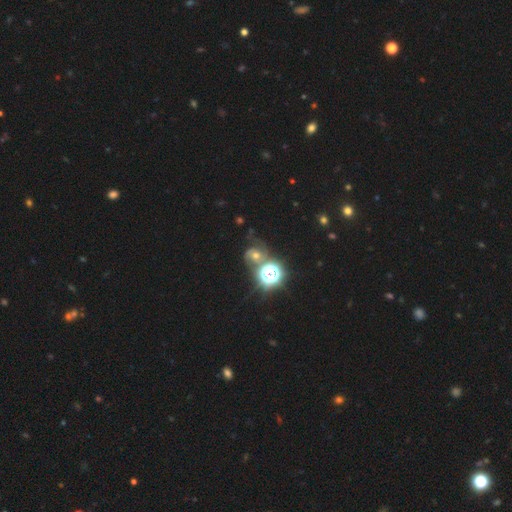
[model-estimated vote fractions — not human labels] The model was most divided on "smooth or featured": featured or disk: 39%, star or artifact: 36%, smooth: 24%. More confident: merging — none (52%).